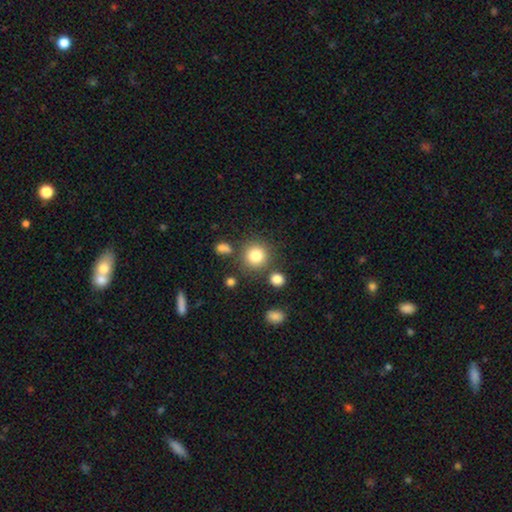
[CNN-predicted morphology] This appears to be a smooth galaxy with no disk features (81%) that is round (92%). Merging: none (80%).